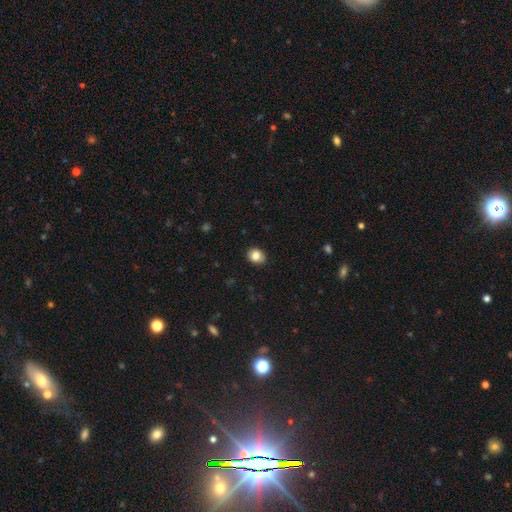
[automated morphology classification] Smooth or featured? smooth (84%)
How rounded? round (58%)
Merging? none (85%)